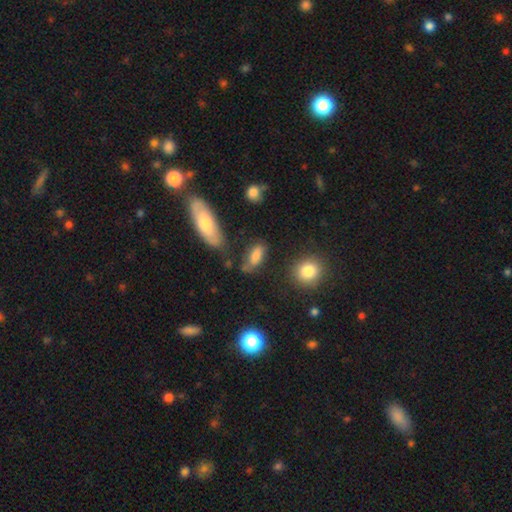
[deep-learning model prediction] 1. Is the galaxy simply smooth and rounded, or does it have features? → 74% smooth, 15% featured or disk, 10% star or artifact.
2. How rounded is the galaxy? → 82% in between, 13% cigar-shaped, 5% round.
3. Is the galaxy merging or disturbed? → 57% none, 25% minor disturbance, 10% major disturbance, 7% merger.